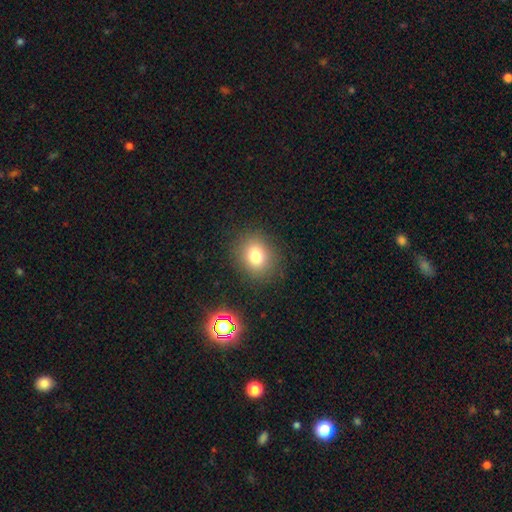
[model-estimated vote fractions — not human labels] smooth 77%, star or artifact 14%, featured or disk 9%. Down the decision tree: how rounded — round (64%); merging — none (87%).